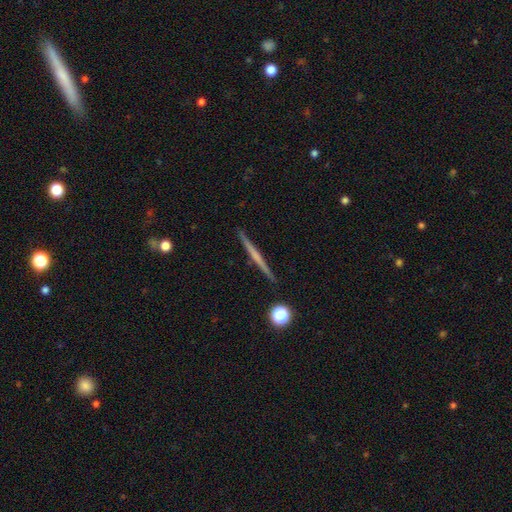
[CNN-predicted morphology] Smooth or featured?
  - featured or disk: 58% *
  - smooth: 36%
  - star or artifact: 7%
Edge-on disk?
  - yes: 98% *
  - no: 2%
Edge-on bulge?
  - none: 79% *
  - rounded: 15%
  - boxy: 6%
Merging?
  - none: 92% *
  - minor disturbance: 5%
  - major disturbance: 1%
  - merger: 1%